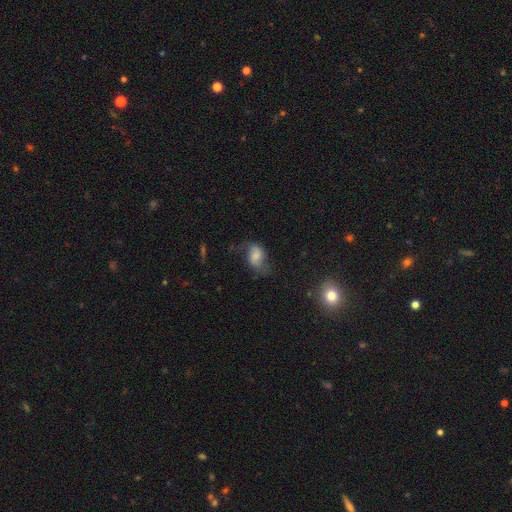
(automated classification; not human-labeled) smooth-or-featured: smooth: 49% | featured or disk: 40% | star or artifact: 11%
  merging: none: 46% | minor disturbance: 27% | major disturbance: 24% | merger: 3%